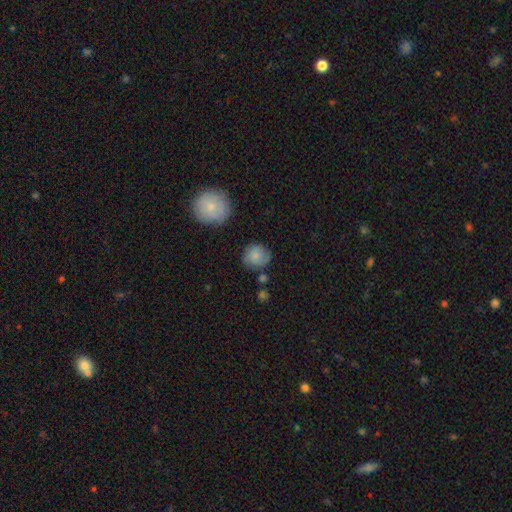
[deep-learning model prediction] A smooth galaxy with no disk features (79%) that is round (82%).

Vote fractions:
- Smooth or featured? smooth: 79% / featured or disk: 14% / star or artifact: 8%
- How rounded? round: 82% / in between: 17% / cigar-shaped: 1%
- Merging? none: 71% / minor disturbance: 19% / major disturbance: 5% / merger: 5%